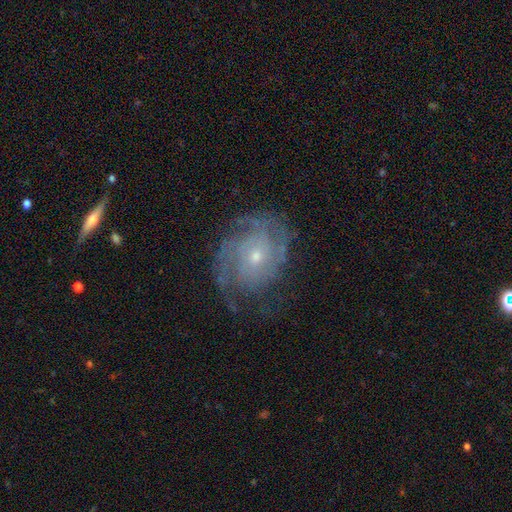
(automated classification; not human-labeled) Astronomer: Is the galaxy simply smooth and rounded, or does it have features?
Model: featured or disk — 85%.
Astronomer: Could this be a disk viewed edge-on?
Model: no — 97%.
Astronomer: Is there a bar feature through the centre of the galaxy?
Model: no — 74%.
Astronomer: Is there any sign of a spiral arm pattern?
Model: yes — 94%.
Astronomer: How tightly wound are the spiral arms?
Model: tight — 60%.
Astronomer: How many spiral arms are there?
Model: can't tell — 31% (runner-up: 2, 26%).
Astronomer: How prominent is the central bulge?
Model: small — 60% (runner-up: moderate, 36%).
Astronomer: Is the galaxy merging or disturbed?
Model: none — 69%.